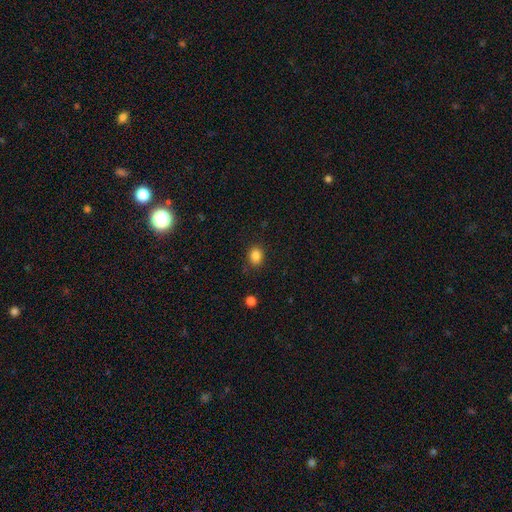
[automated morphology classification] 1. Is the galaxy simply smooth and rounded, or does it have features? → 86% smooth, 10% star or artifact, 4% featured or disk.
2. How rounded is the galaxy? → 53% in between, 46% round, 1% cigar-shaped.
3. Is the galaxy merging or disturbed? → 85% none, 11% minor disturbance, 3% major disturbance, 2% merger.